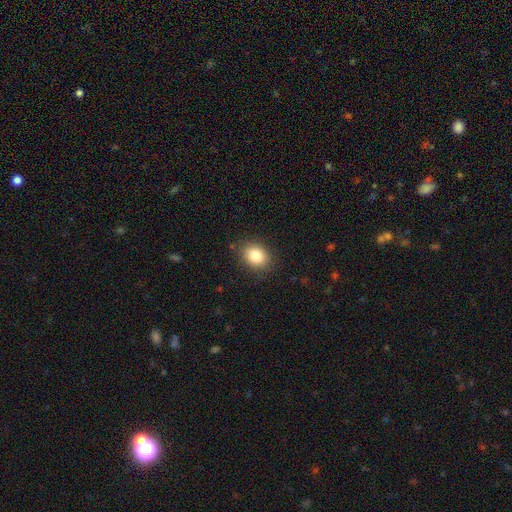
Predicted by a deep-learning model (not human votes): Smooth or featured? Predicted: smooth (p=0.84). How rounded? Predicted: round (p=0.50). Merging? Predicted: none (p=0.85).